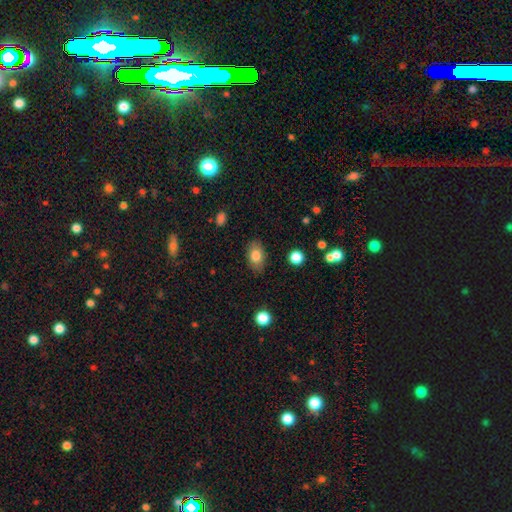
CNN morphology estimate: This is clearly a smooth galaxy (80%). How rounded: clearly in between (87%). Merging: clearly none (84%).